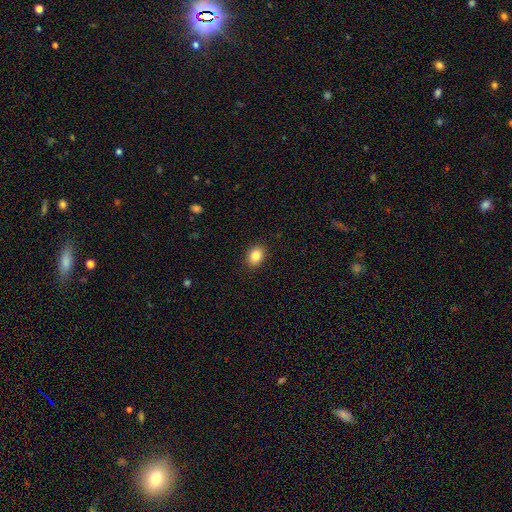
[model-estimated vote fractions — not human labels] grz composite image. It shows a smooth galaxy with no disk features (85%) that is in between round and cigar-shaped (62%). Merging: none (89%).